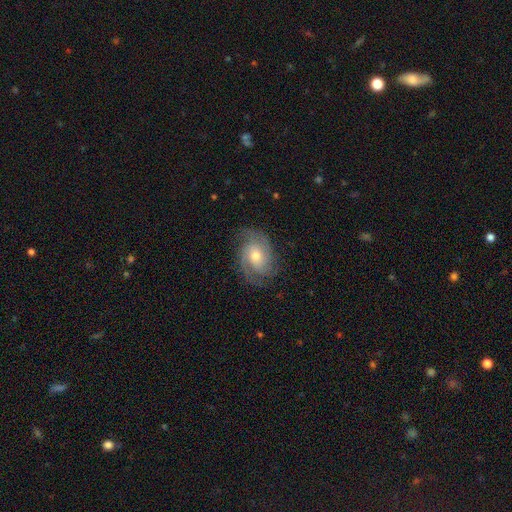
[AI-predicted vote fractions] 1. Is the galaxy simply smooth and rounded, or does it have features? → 82% featured or disk, 13% smooth, 6% star or artifact.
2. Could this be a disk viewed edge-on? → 97% no, 3% yes.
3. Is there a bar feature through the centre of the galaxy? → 69% no, 26% weak, 5% strong.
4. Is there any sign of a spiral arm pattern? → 96% yes, 4% no.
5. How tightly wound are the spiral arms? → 48% tight, 40% medium, 12% loose.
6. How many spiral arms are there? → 33% 2 (tied), 33% 3 (tied), 17% can't tell, 7% 4, 5% 1, 5% more than 4.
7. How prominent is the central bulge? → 60% moderate, 32% small, 5% large, 1% none, 1% dominant.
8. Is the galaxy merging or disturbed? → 76% none, 16% minor disturbance, 7% major disturbance, 1% merger.